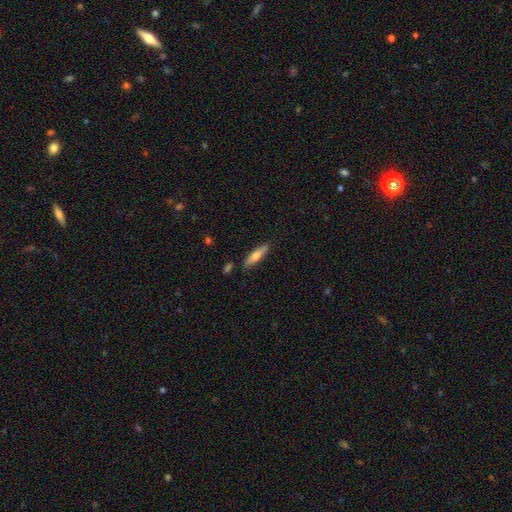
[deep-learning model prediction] Smooth or featured: smooth — 64% (featured or disk — 30%)
How rounded: cigar-shaped — 76% (in between — 22%)
Merging: none — 85% (minor disturbance — 10%)